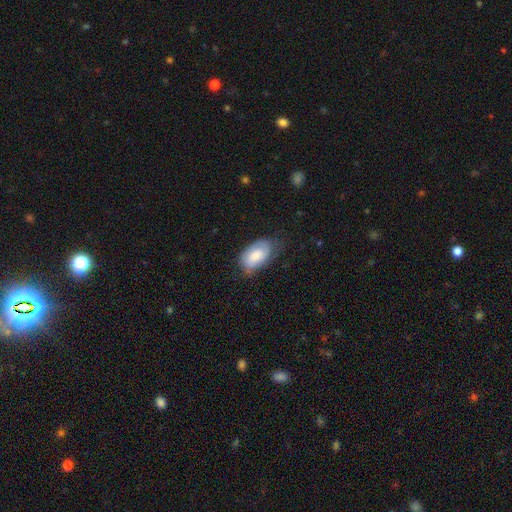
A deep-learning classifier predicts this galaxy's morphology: This appears to be a smooth galaxy with no disk features (65%) that is in between round and cigar-shaped (94%). Merging: none (58%).